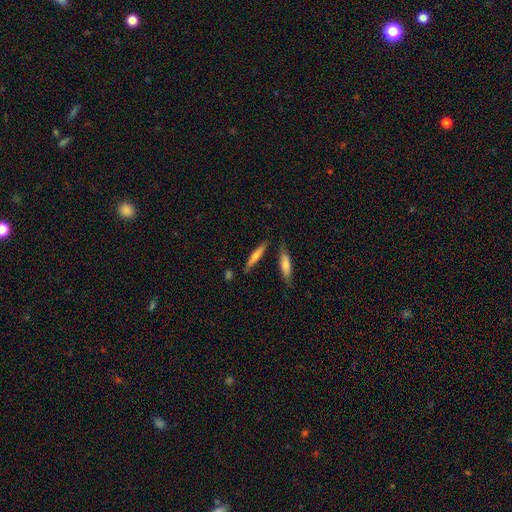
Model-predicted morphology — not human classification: Smooth or featured?
  - smooth: 59% *
  - featured or disk: 35%
  - star or artifact: 6%
How rounded?
  - cigar-shaped: 86% *
  - in between: 12%
  - round: 2%
Merging?
  - none: 77% *
  - minor disturbance: 12%
  - merger: 8%
  - major disturbance: 3%